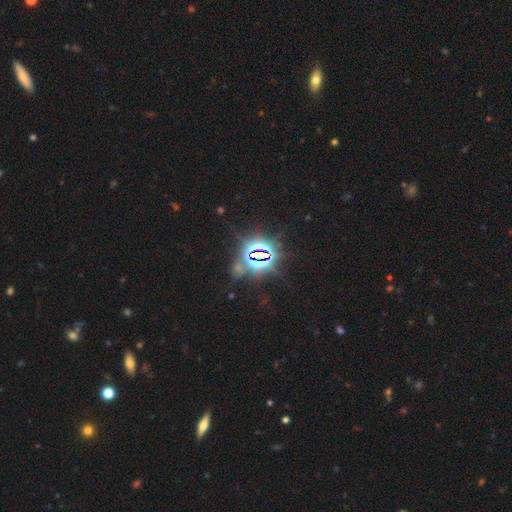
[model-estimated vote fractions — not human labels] smooth_or_featured: star or artifact (p=0.85) [alt: smooth p=0.08]